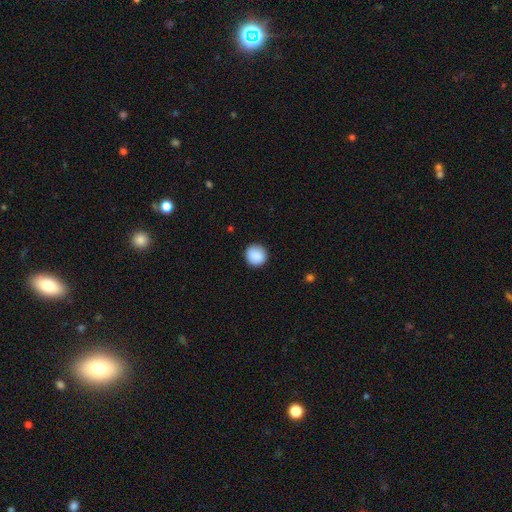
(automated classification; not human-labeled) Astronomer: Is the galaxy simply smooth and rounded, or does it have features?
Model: smooth — 89%.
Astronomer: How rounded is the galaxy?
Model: round — 93%.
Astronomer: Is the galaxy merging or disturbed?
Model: none — 91%.